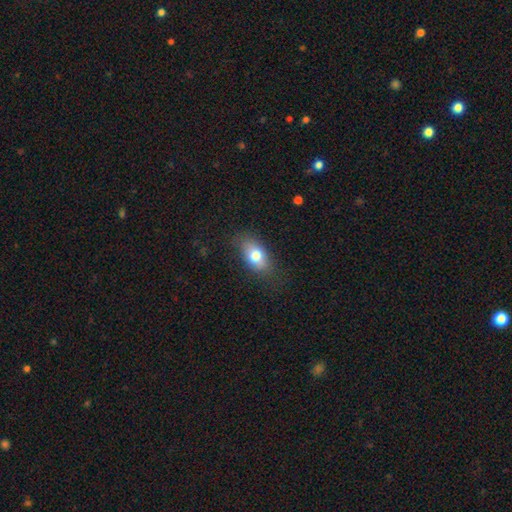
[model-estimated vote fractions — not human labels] smooth-or-featured: smooth: 75% | featured or disk: 16% | star or artifact: 9%
  how-rounded: in between: 86% | round: 10% | cigar-shaped: 3%
  merging: none: 78% | minor disturbance: 16% | major disturbance: 5% | merger: 1%